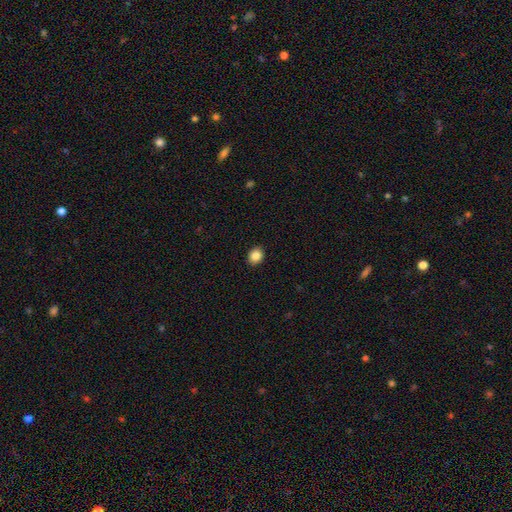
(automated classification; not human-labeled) Morphology: type=smooth (86%); roundness=round (53%); merging=none (91%).